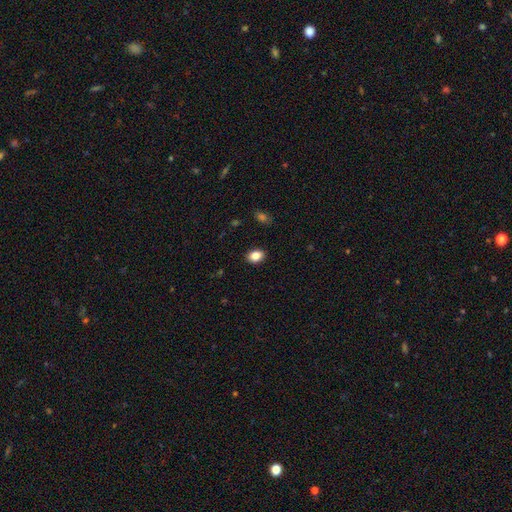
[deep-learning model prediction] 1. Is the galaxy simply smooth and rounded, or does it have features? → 84% smooth, 10% star or artifact, 6% featured or disk.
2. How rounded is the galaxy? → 69% in between, 30% round, 1% cigar-shaped.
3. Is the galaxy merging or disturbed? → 88% none, 9% minor disturbance, 2% major disturbance, 1% merger.